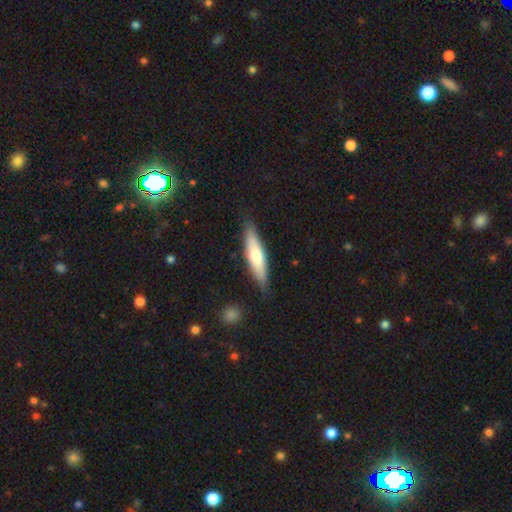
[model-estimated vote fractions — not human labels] This appears to be a smooth galaxy with no disk features (58%) that is cigar-shaped (72%). Merging: none (83%).